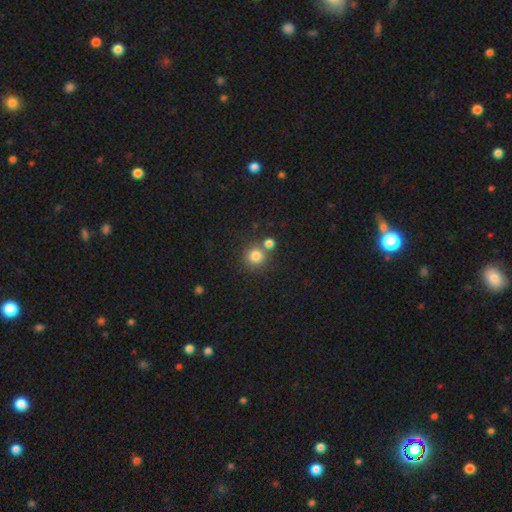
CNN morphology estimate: The model was most divided on "merging": none: 67%, merger: 23%, minor disturbance: 8%, major disturbance: 3%. More confident: how rounded — round (92%); smooth or featured — smooth (81%).